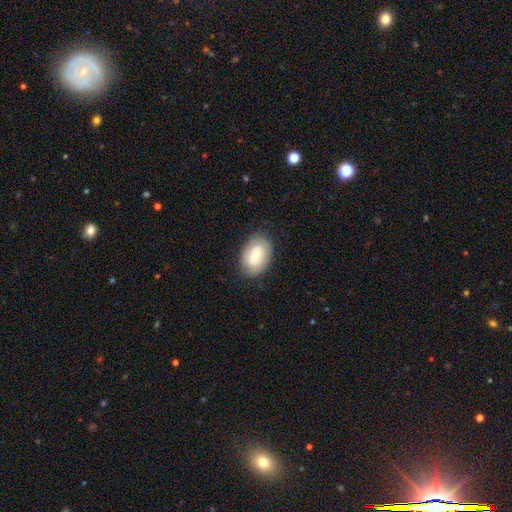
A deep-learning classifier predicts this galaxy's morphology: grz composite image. It shows a smooth galaxy with no disk features (62%) that is in between round and cigar-shaped (84%). Merging: none (80%).